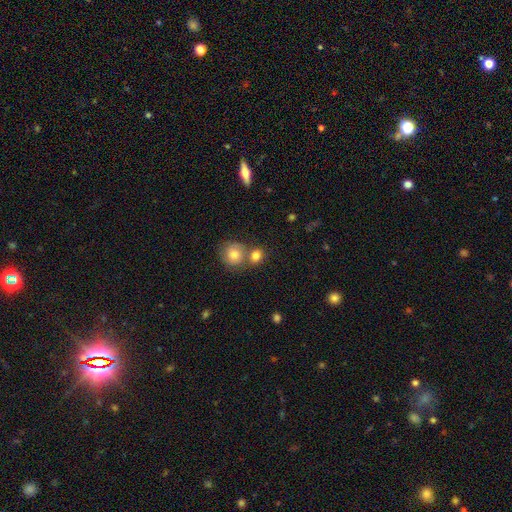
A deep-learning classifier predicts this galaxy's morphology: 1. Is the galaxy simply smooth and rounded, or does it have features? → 81% smooth, 10% featured or disk, 9% star or artifact.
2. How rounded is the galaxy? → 71% round, 27% in between, 1% cigar-shaped.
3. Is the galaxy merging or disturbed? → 47% none, 40% merger, 9% minor disturbance, 4% major disturbance.